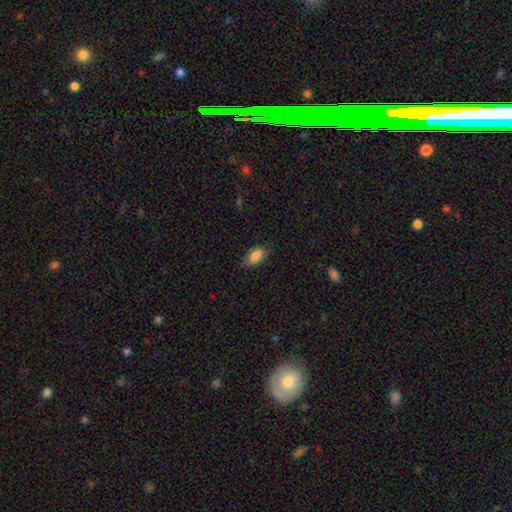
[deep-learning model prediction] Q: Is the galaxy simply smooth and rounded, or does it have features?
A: smooth — 80%.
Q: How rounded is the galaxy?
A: in between — 92%.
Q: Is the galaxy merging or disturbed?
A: none — 72%.